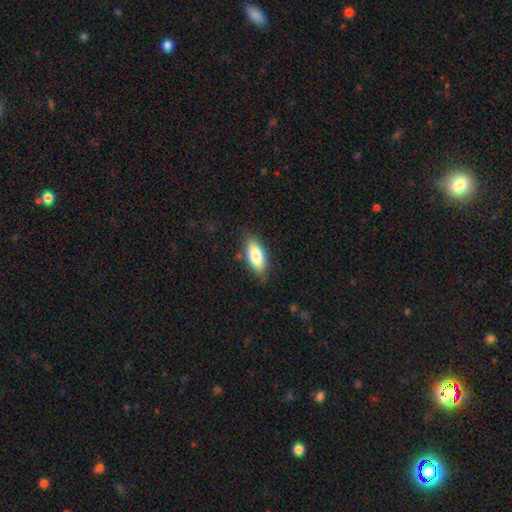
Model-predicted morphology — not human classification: type=smooth (79%); roundness=in between (87%); merging=none (82%).